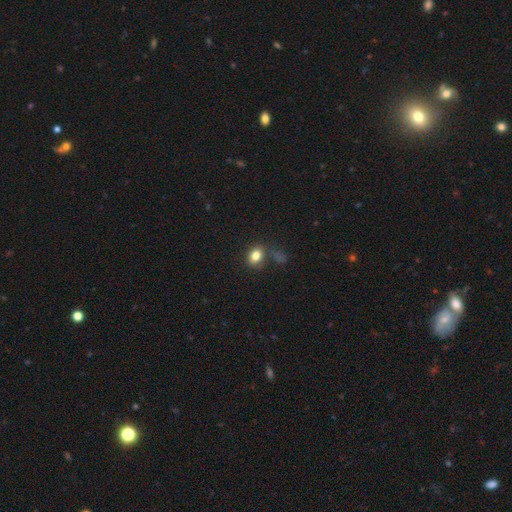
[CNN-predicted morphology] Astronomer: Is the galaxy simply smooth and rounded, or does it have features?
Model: smooth — 80%.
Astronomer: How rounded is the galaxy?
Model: in between — 59% (runner-up: round, 40%).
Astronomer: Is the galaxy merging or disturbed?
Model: none — 62%.